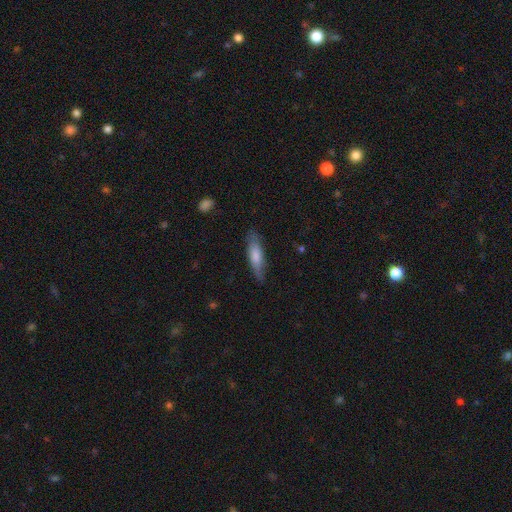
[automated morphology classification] This appears to be a smooth galaxy with no disk features (70%) that is cigar-shaped (66%). Merging: none (81%).